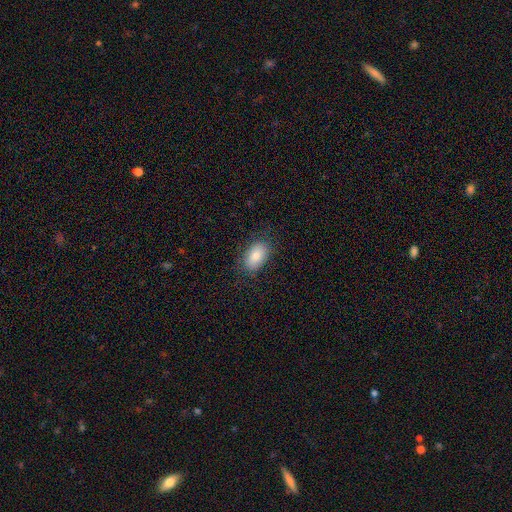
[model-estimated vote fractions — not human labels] This is clearly a smooth galaxy (84%). How rounded: clearly in between (92%). Merging: clearly none (81%).